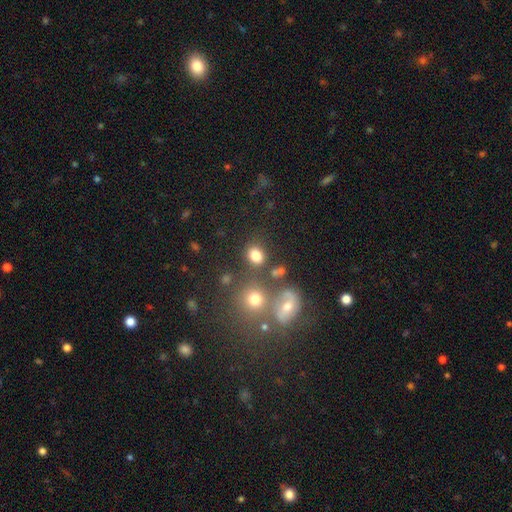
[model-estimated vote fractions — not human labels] Morphology: type=smooth (79%); roundness=round (53%); merging=none (71%).